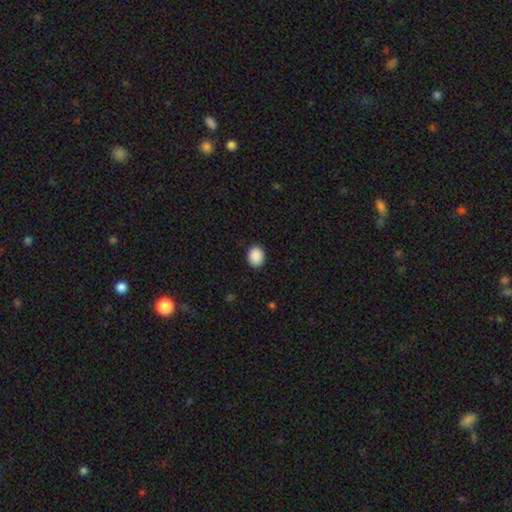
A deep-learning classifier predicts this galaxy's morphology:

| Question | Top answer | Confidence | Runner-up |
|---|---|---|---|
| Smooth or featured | smooth | 90% | star or artifact (8%) |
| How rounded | in between | 54% | round (45%) |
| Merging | none | 90% | minor disturbance (7%) |